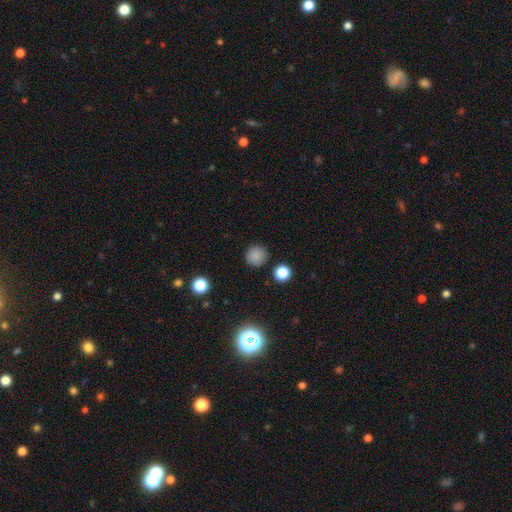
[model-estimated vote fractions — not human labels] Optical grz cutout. It shows a smooth galaxy with no disk features (84%) that is round (94%). Merging: none (90%).